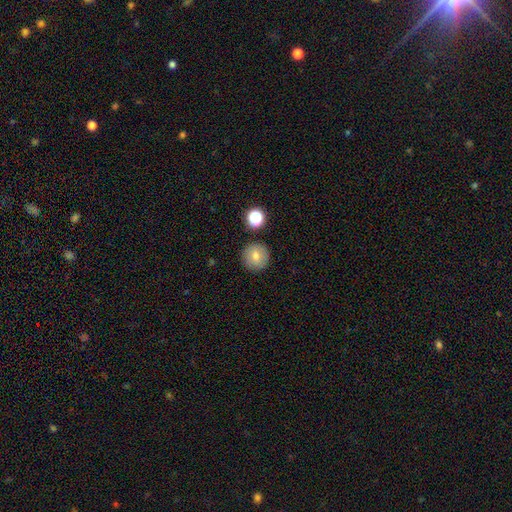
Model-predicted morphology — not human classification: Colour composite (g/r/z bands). It shows a smooth galaxy with no disk features (72%) that is round (94%). Merging: none (88%).